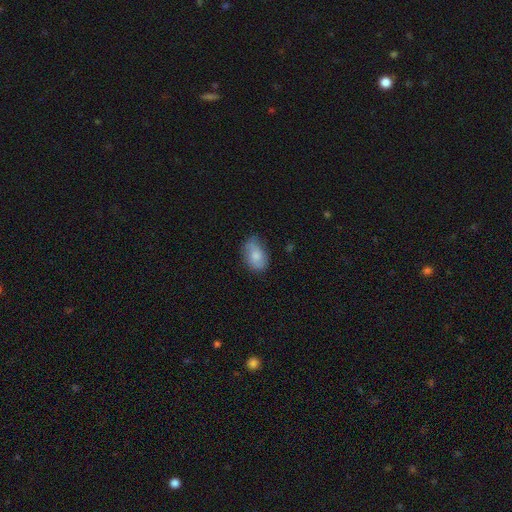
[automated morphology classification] A smooth galaxy with no disk features (70%) that is in between round and cigar-shaped (87%). Merging: none (65%).